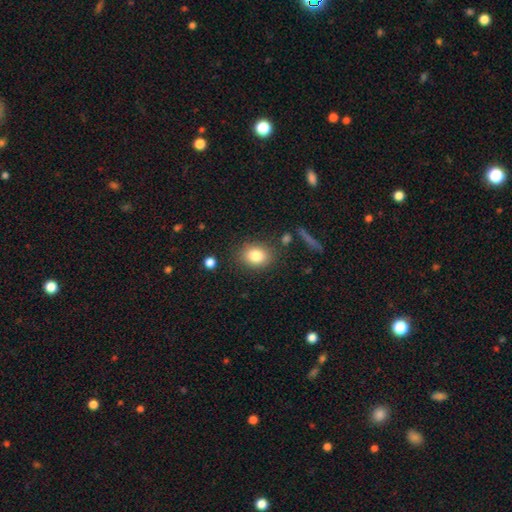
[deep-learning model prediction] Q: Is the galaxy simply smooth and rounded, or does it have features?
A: smooth — 82%.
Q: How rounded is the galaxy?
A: round — 55%.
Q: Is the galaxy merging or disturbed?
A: none — 84%.